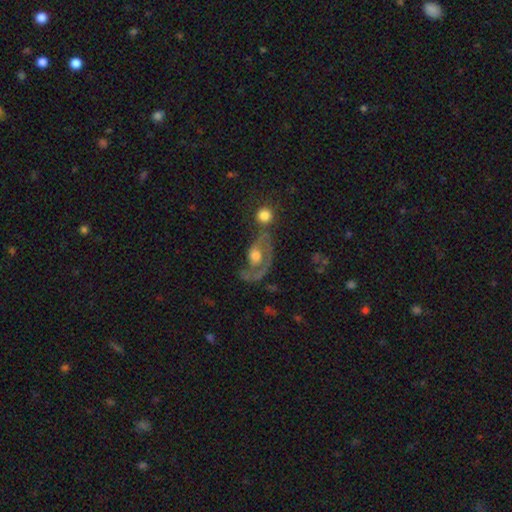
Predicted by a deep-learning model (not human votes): Smooth or featured?
  - featured or disk: 69% *
  - smooth: 24%
  - star or artifact: 7%
Edge-on disk?
  - no: 95% *
  - yes: 5%
Bar?
  - no: 80% *
  - weak: 16%
  - strong: 4%
Spiral arms?
  - yes: 74% *
  - no: 26%
Bulge size?
  - moderate: 56% *
  - large: 29%
  - small: 9%
  - none: 3%
  - dominant: 3%
Merging?
  - major disturbance: 35% *
  - none: 32%
  - minor disturbance: 18%
  - merger: 15%